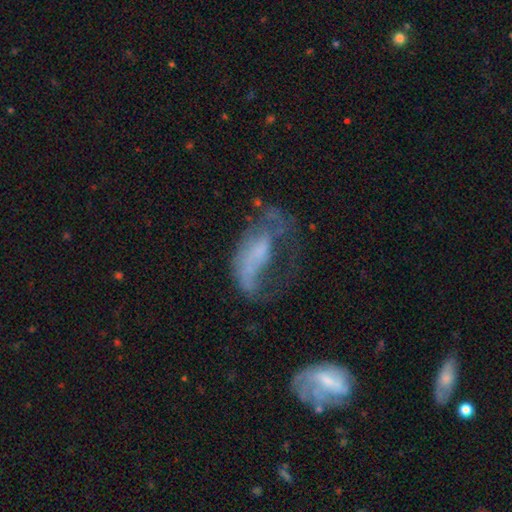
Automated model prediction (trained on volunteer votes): The model was most divided on "spiral arms": no: 53%, yes: 47%. Remaining: edge-on disk — no (93%); bar — no (64%); smooth or featured — featured or disk (56%); merging — major disturbance (49%); bulge size — none (47%).